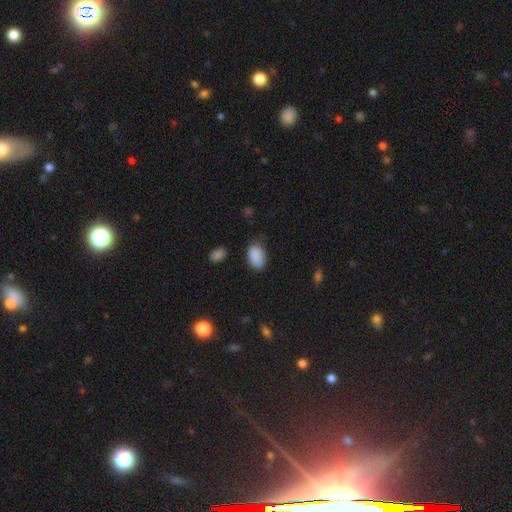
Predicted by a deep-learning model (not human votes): Smooth or featured? Predicted: smooth (p=0.88). How rounded? Predicted: in between (p=0.90). Merging? Predicted: none (p=0.70).